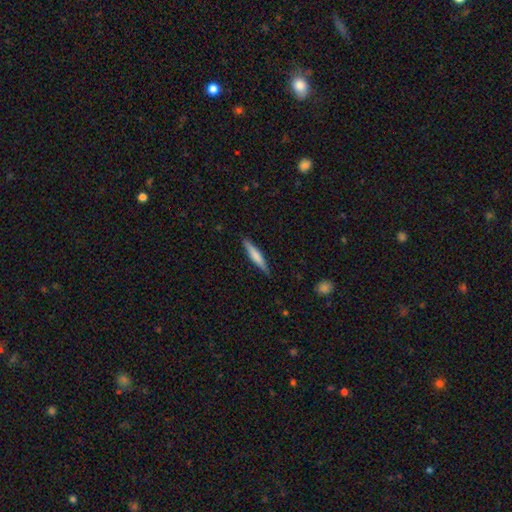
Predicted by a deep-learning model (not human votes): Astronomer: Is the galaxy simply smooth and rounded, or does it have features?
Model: smooth — 66%.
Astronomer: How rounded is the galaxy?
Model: cigar-shaped — 92%.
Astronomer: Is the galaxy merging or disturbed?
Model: none — 87%.